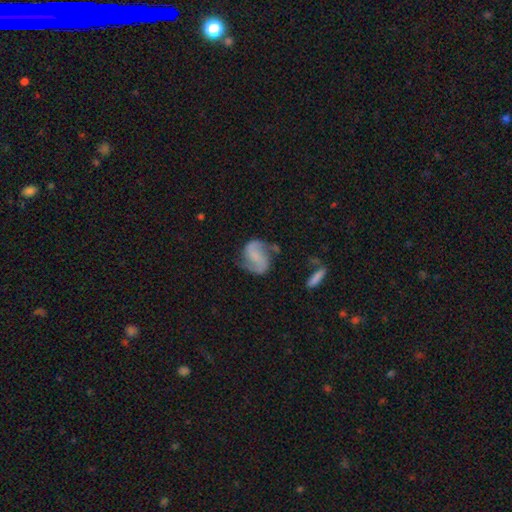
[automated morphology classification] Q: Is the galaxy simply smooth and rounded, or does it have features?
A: featured or disk — 81%.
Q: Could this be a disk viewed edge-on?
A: no — 98%.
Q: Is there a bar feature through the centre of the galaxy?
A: no — 42%.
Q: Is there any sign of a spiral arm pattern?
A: yes — 96%.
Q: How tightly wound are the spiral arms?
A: medium — 47%.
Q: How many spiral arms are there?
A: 2 — 92%.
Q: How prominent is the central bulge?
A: none — 59%.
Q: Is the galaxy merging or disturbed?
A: none — 70%.